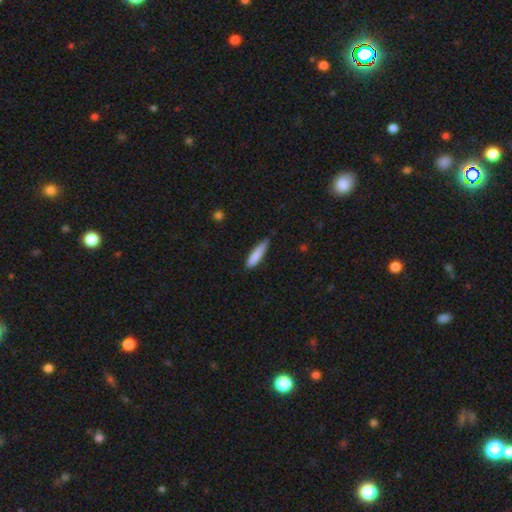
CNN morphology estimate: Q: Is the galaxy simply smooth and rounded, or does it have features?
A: smooth — 83%.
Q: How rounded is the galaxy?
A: cigar-shaped — 82%.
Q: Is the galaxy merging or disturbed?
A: none — 67%.